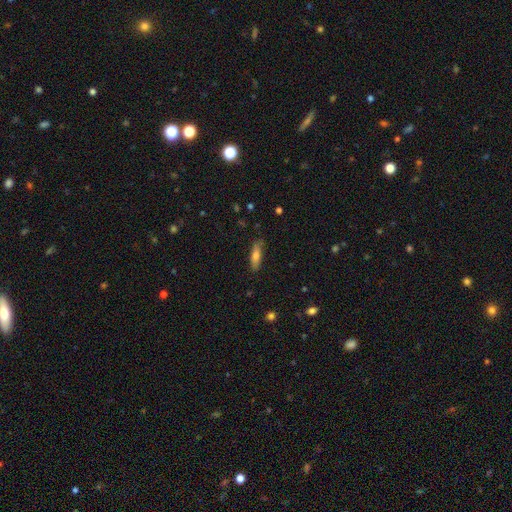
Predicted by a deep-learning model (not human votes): smooth_or_featured: smooth (p=0.67) [alt: featured or disk p=0.26]
how_rounded: cigar-shaped (p=0.64) [alt: in between p=0.34]
merging: none (p=0.82) [alt: minor disturbance p=0.14]